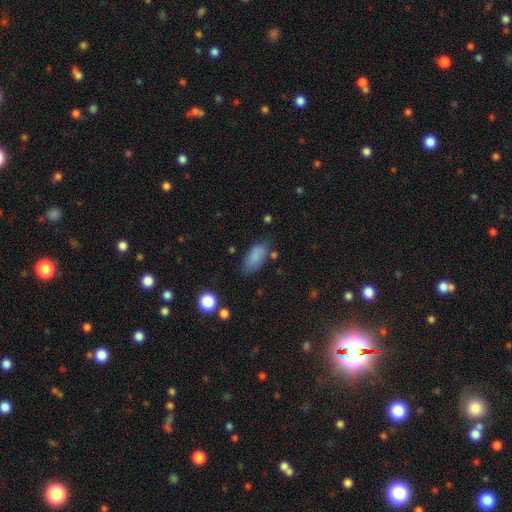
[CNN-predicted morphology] A smooth galaxy with no disk features (84%) that is in between round and cigar-shaped (89%).

Vote fractions:
- Smooth or featured? smooth: 84% / star or artifact: 8% / featured or disk: 7%
- How rounded? in between: 89% / cigar-shaped: 7% / round: 3%
- Merging? none: 68% / minor disturbance: 22% / major disturbance: 6% / merger: 4%